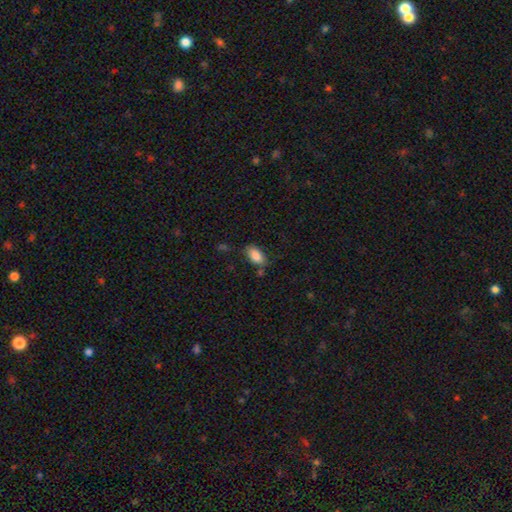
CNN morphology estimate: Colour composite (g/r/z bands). It shows a smooth galaxy with no disk features (85%) that is in between round and cigar-shaped (92%). Merging: none (71%).